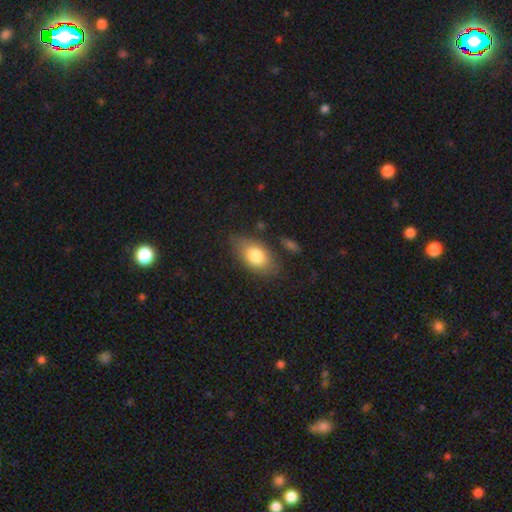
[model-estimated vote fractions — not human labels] This appears to be a smooth galaxy with no disk features (79%) that is in between round and cigar-shaped (89%). Merging: none (75%).